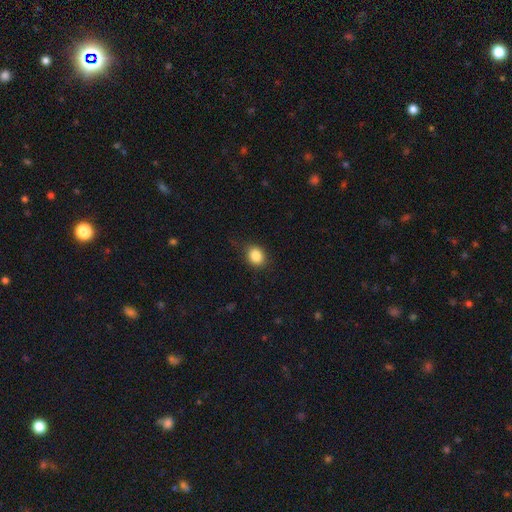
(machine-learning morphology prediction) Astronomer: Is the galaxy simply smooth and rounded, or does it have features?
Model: smooth — 86%.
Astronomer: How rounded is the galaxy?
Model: round — 57% (runner-up: in between, 42%).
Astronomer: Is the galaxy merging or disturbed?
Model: none — 83%.